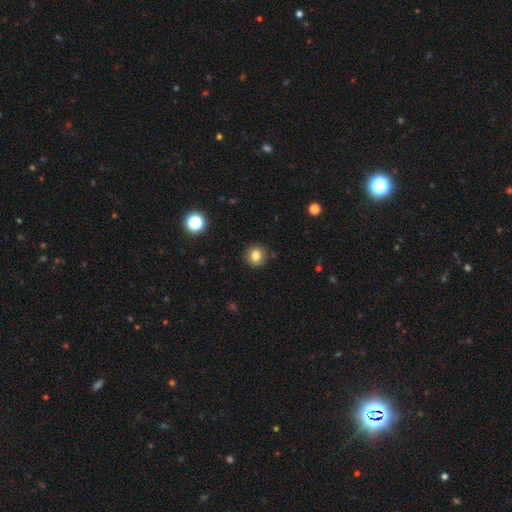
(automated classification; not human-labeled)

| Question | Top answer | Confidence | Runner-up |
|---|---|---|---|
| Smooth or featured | smooth | 81% | star or artifact (11%) |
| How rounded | round | 82% | in between (17%) |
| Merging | none | 88% | minor disturbance (8%) |